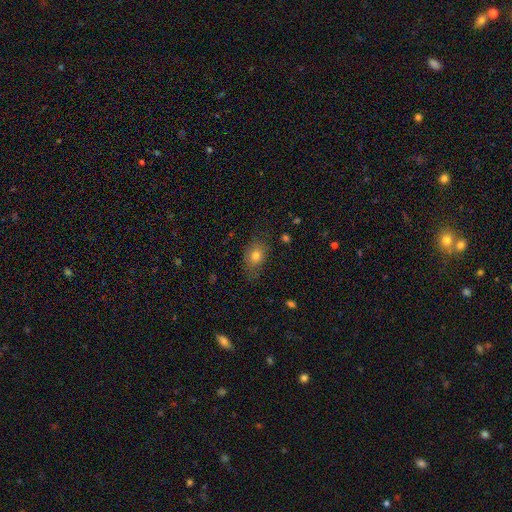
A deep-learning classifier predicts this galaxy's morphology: Smooth or featured? Predicted: smooth (p=0.77). How rounded? Predicted: in between (p=0.74). Merging? Predicted: none (p=0.69).